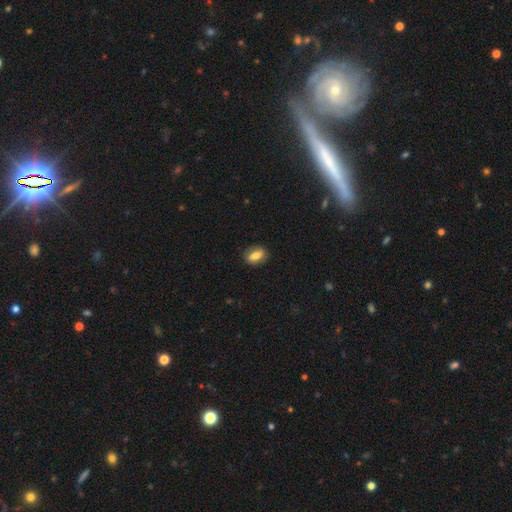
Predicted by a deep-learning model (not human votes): Q: Smooth or featured?
A: smooth (76%); runner-up: featured or disk (16%)
Q: How rounded?
A: in between (79%); runner-up: round (16%)
Q: Merging?
A: none (87%); runner-up: minor disturbance (10%)